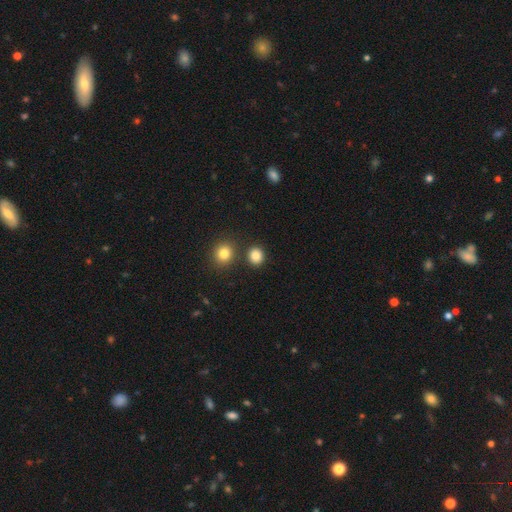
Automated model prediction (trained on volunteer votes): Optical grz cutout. It shows a smooth galaxy with no disk features (84%) that is round (79%). Merging: none (83%).